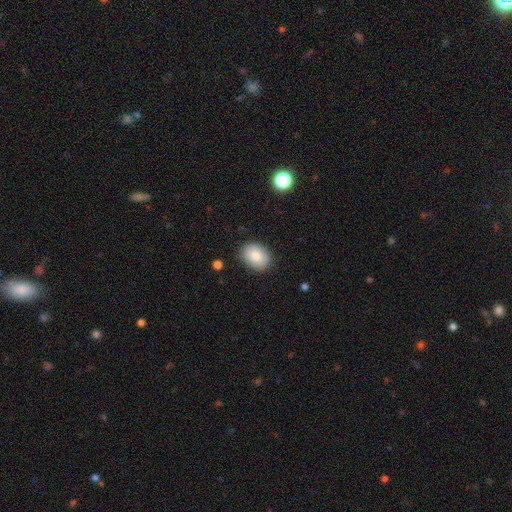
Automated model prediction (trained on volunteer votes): This appears to be a smooth galaxy with no disk features (83%) that is in between round and cigar-shaped (64%). Merging: none (85%).